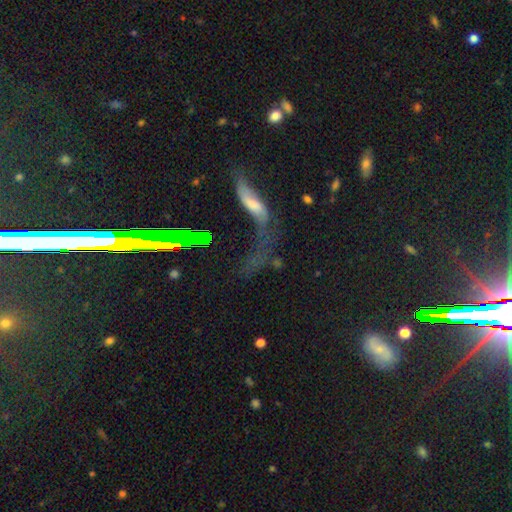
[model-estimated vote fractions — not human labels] Smooth or featured? featured or disk (46%)
Merging? none (44%)